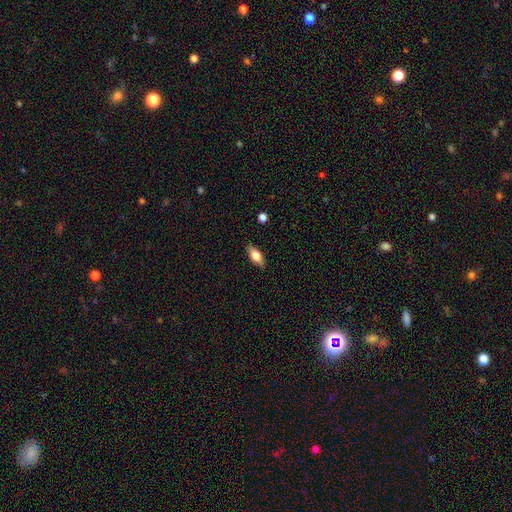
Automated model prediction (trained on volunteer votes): This appears to be a smooth galaxy with no disk features (68%) that is in between round and cigar-shaped (80%). Merging: none (86%).